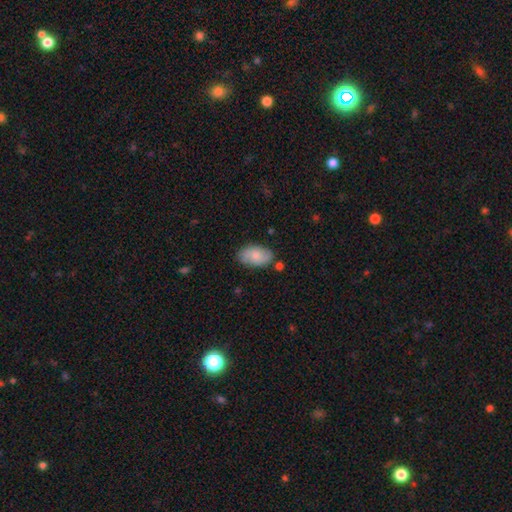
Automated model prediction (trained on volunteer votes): A smooth galaxy with no disk features (74%) that is in between round and cigar-shaped (94%). Merging: none (76%).